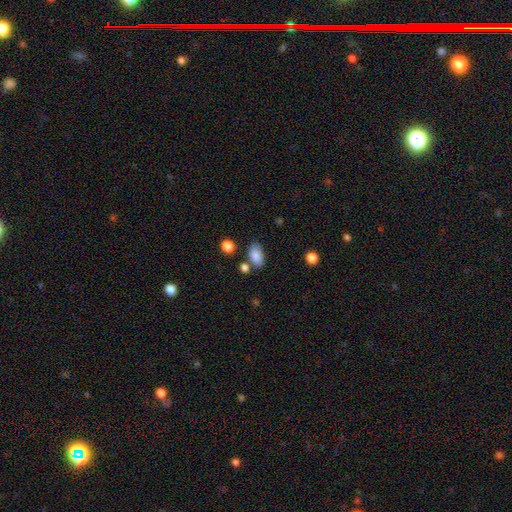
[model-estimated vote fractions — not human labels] Morphology: type=smooth (86%); roundness=in between (91%); merging=none (70%).